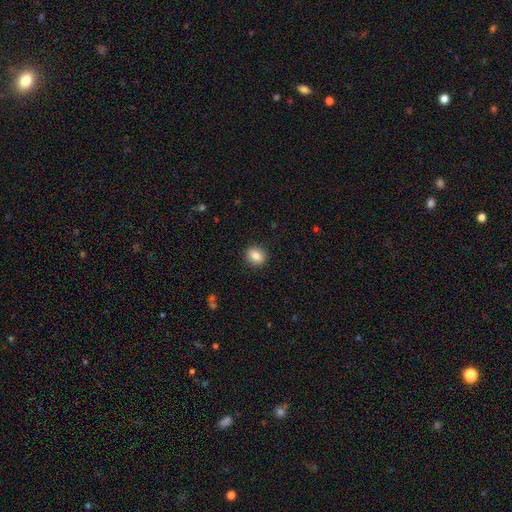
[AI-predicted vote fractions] Morphology: type=smooth (86%); roundness=round (62%); merging=none (90%).